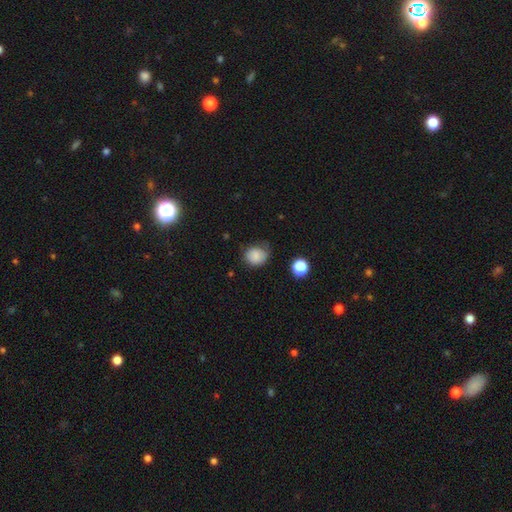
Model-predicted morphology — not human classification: This appears to be a smooth galaxy with no disk features (83%) that is round (75%). Merging: none (57%).